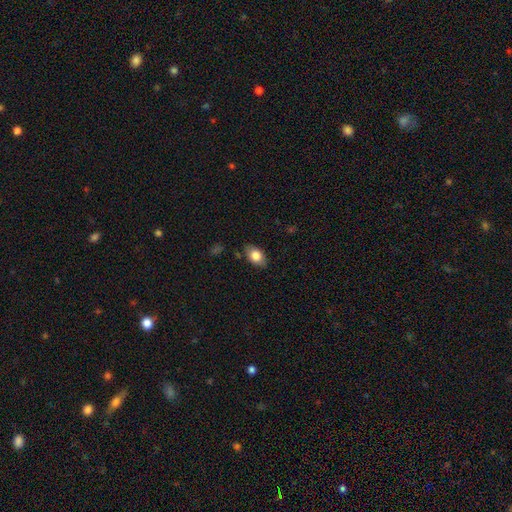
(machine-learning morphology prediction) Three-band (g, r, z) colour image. It shows a smooth galaxy with no disk features (80%) that is in between round and cigar-shaped (86%). Merging: none (81%).